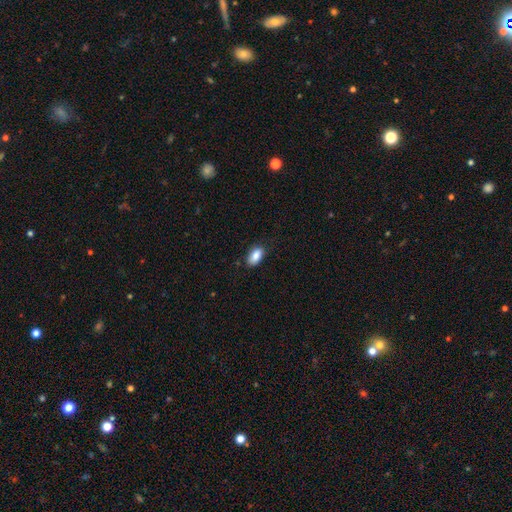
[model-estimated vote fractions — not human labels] smooth 87%, star or artifact 7%, featured or disk 6%. Down the decision tree: how rounded — in between (92%); merging — none (82%).